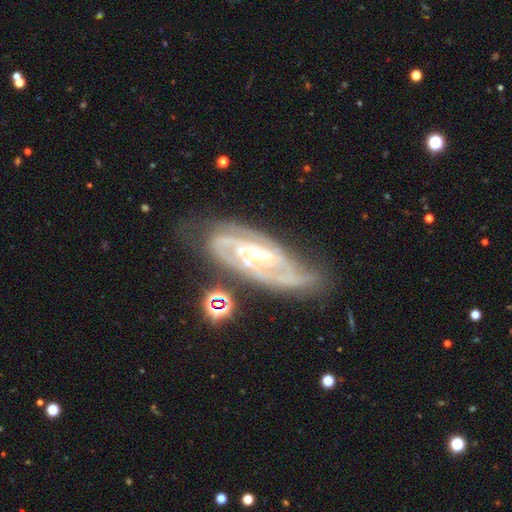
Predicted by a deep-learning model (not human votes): Q: Smooth or featured?
A: featured or disk (89%); runner-up: star or artifact (6%)
Q: Edge-on disk?
A: no (92%); runner-up: yes (8%)
Q: Bar?
A: no (42%); runner-up: weak (37%)
Q: Spiral arms?
A: yes (97%); runner-up: no (3%)
Q: Spiral winding?
A: tight (65%); runner-up: medium (30%)
Q: Spiral arm count?
A: 2 (35%); runner-up: 3 (26%)
Q: Bulge size?
A: small (67%); runner-up: moderate (30%)
Q: Merging?
A: none (68%); runner-up: minor disturbance (21%)